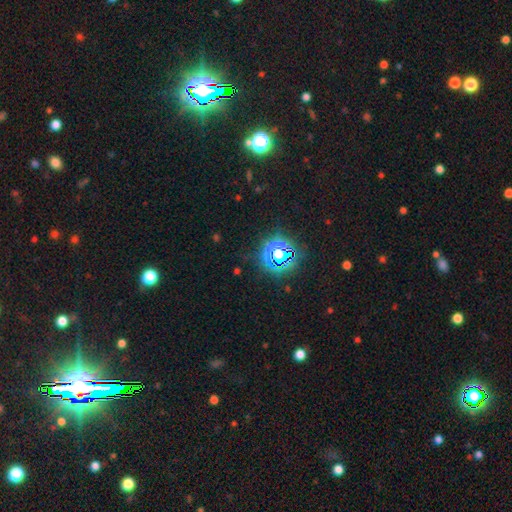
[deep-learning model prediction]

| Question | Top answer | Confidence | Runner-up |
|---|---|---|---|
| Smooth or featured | star or artifact | 78% | smooth (15%) |